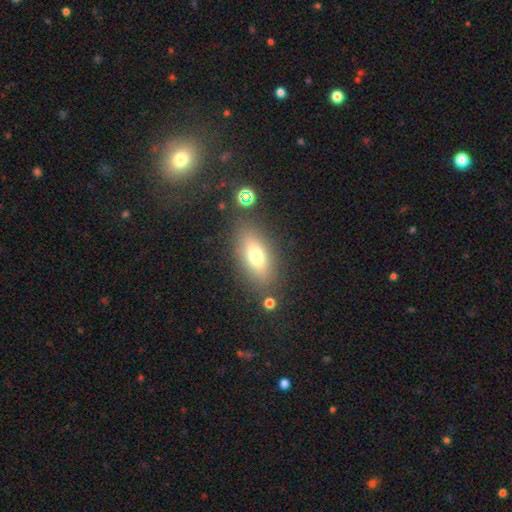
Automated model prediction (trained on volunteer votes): Smooth or featured? Predicted: smooth (p=0.69). How rounded? Predicted: in between (p=0.79). Merging? Predicted: none (p=0.80).